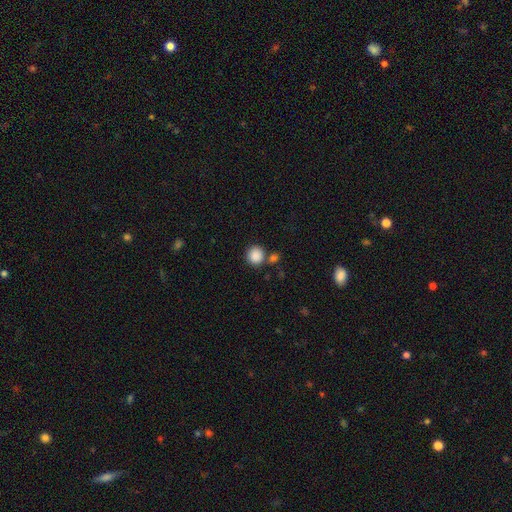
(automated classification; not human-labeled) Overall: smooth (87%). How rounded: round (87%). Merging: none (70%).